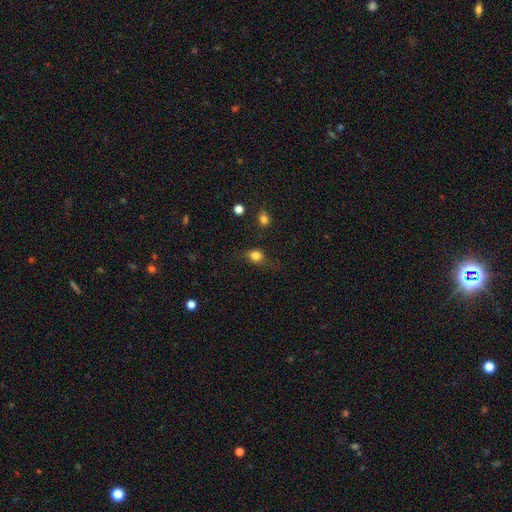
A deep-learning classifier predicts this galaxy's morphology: The model was most divided on "how rounded": round: 64%, in between: 33%, cigar-shaped: 2%. More confident: smooth or featured — smooth (79%); merging — none (63%).